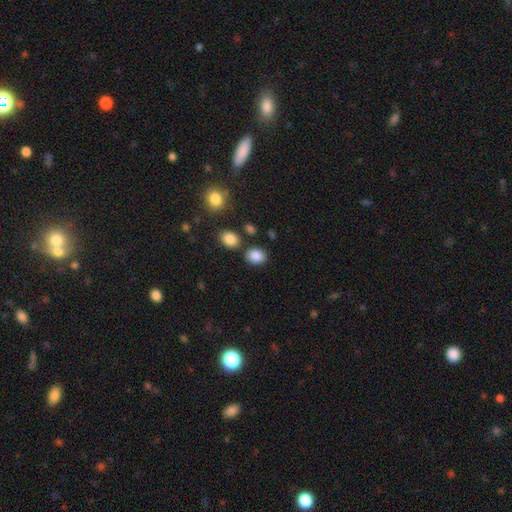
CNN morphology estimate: This appears to be a smooth galaxy with no disk features (87%) that is round (50%). Merging: none (78%).